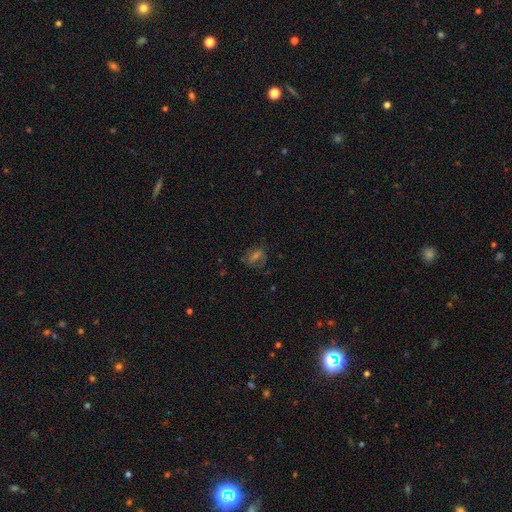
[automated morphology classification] Smooth or featured?
  - featured or disk: 44% *
  - smooth: 30%
  - star or artifact: 26%
Merging?
  - none: 69% *
  - minor disturbance: 17%
  - major disturbance: 12%
  - merger: 2%